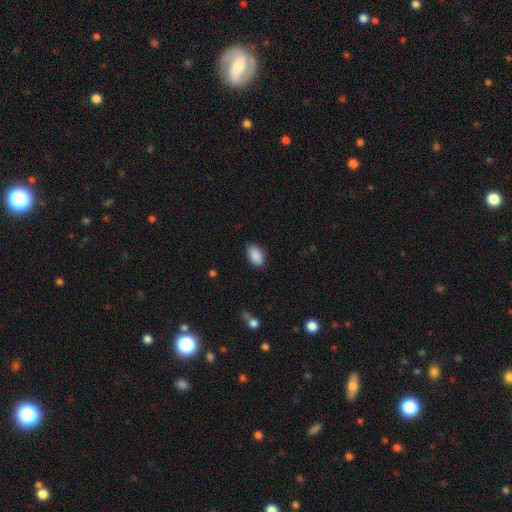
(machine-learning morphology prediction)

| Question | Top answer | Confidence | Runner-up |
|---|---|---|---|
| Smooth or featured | smooth | 90% | star or artifact (7%) |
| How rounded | in between | 93% | round (5%) |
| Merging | none | 85% | minor disturbance (12%) |